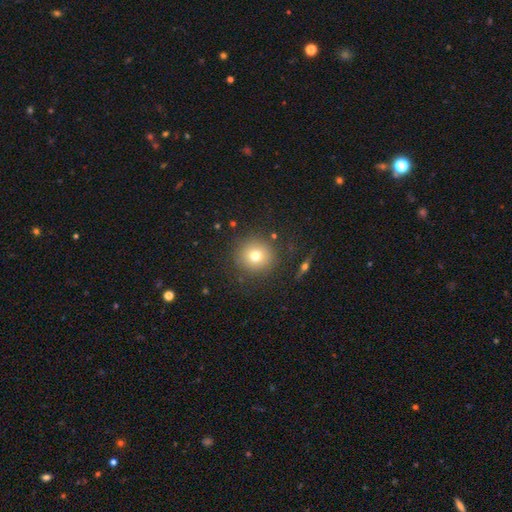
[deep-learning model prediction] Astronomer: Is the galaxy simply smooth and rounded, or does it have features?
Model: smooth — 73%.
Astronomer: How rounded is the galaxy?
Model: round — 94%.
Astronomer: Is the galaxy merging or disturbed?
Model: none — 88%.